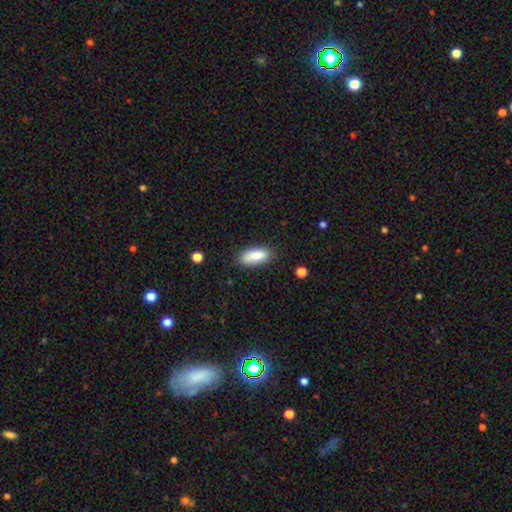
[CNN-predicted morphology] smooth 85%, featured or disk 9%, star or artifact 7%. Down the decision tree: how rounded — in between (82%); merging — none (82%).